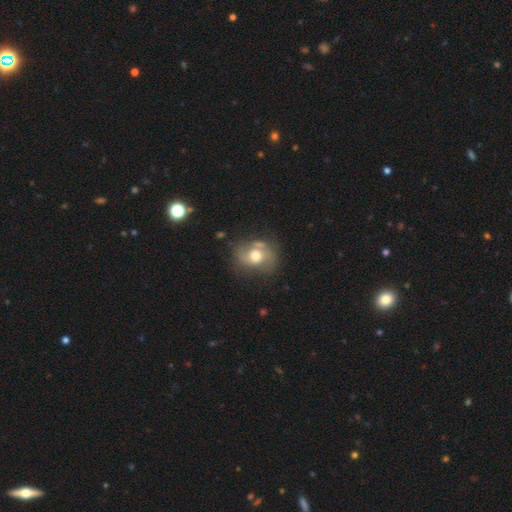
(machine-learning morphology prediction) A featured or disk galaxy (47%).

Vote fractions:
- Smooth or featured? featured or disk: 47% / smooth: 44% / star or artifact: 9%
- Merging? none: 57% / minor disturbance: 25% / major disturbance: 12% / merger: 6%